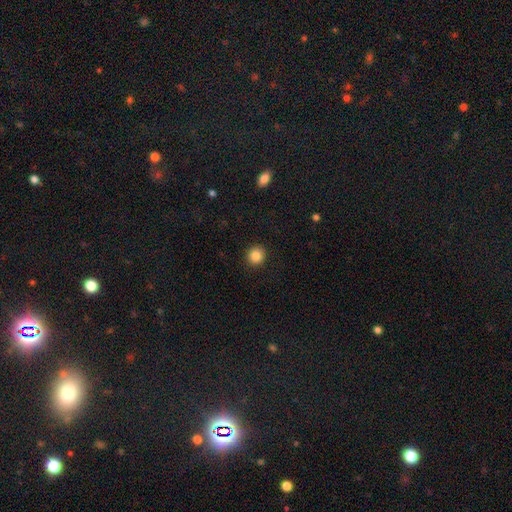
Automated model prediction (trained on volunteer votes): A smooth galaxy with no disk features (86%) that is round (89%).

Vote fractions:
- Smooth or featured? smooth: 86% / star or artifact: 10% / featured or disk: 5%
- How rounded? round: 89% / in between: 10% / cigar-shaped: 1%
- Merging? none: 92% / minor disturbance: 5% / major disturbance: 2% / merger: 1%